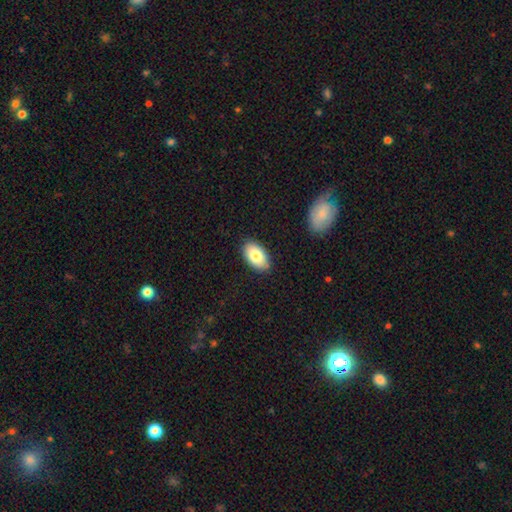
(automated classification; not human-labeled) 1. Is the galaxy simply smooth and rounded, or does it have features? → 81% smooth, 12% featured or disk, 7% star or artifact.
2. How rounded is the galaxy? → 94% in between, 5% round, 1% cigar-shaped.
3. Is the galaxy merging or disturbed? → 86% none, 11% minor disturbance, 2% major disturbance, 1% merger.